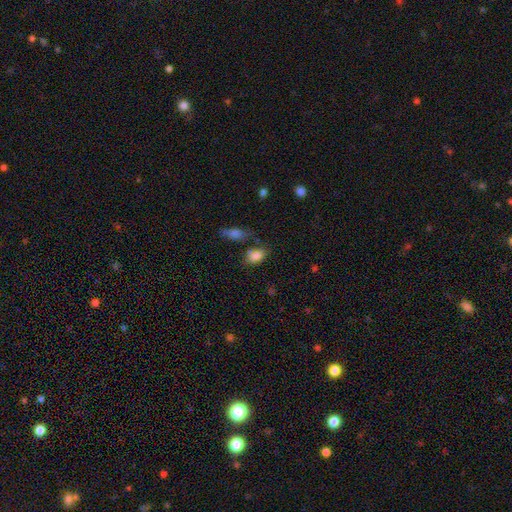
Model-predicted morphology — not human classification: The model was most divided on "merging": none: 60%, minor disturbance: 20%, merger: 14%, major disturbance: 6%. More confident: how rounded — in between (84%); smooth or featured — smooth (83%).